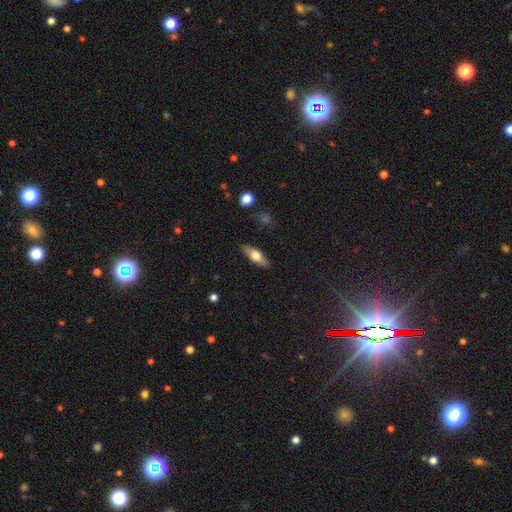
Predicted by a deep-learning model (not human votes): This is possibly a smooth galaxy (57%). How rounded: possibly in between (59%). Merging: clearly none (86%).